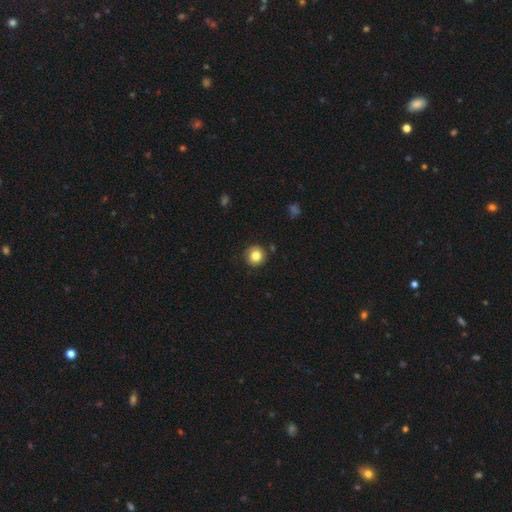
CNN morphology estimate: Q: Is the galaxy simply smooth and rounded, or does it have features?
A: smooth — 82%.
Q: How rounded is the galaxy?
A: round — 94%.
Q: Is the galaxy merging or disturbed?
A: none — 88%.